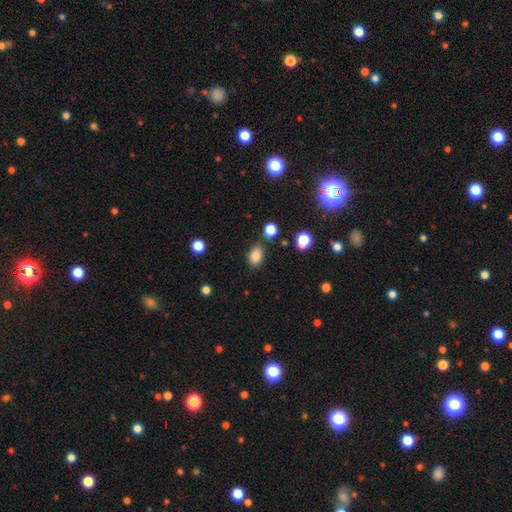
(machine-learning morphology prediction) Smooth or featured? Predicted: smooth (p=0.84). How rounded? Predicted: in between (p=0.83). Merging? Predicted: none (p=0.80).